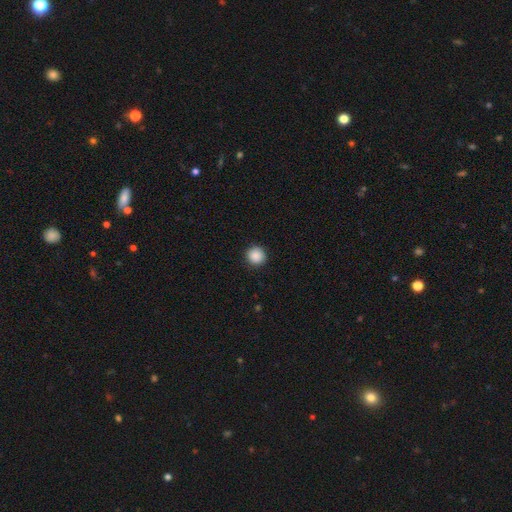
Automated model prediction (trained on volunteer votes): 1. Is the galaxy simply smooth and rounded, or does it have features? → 89% smooth, 9% star or artifact, 2% featured or disk.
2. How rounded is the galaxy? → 94% round, 5% in between, 1% cigar-shaped.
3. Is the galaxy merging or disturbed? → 92% none, 6% minor disturbance, 2% major disturbance, 1% merger.